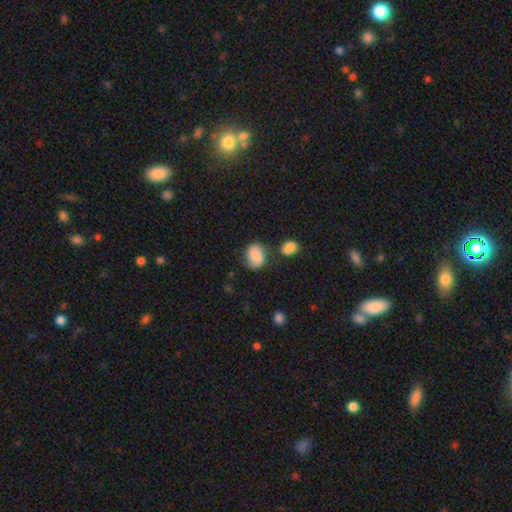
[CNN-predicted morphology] A smooth galaxy with no disk features (76%) that is in between round and cigar-shaped (62%). Merging: none (66%).